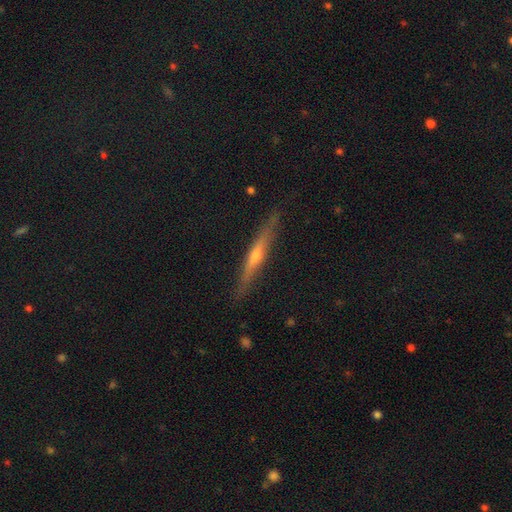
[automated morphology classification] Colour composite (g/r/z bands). It shows a featured or disk galaxy (68%) viewed edge-on (96%) with a rounded central bulge (76%). Merging: none (87%).